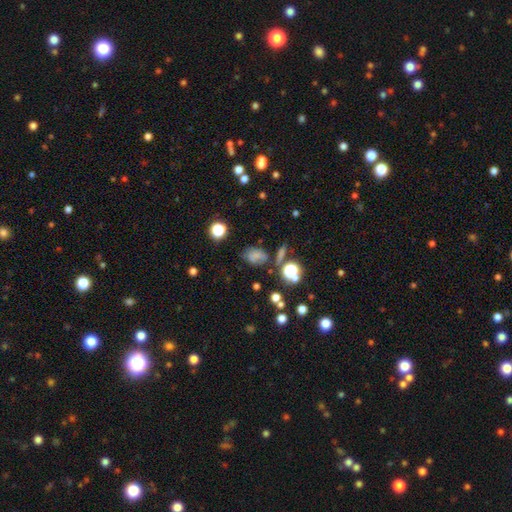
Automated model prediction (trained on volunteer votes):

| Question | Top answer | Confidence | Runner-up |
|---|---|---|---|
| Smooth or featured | smooth | 64% | star or artifact (23%) |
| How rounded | in between | 73% | round (24%) |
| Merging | none | 55% | minor disturbance (24%) |